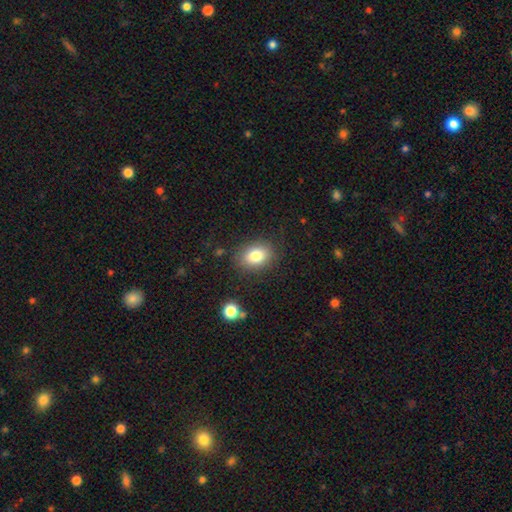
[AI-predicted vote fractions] smooth-or-featured: smooth: 80% | star or artifact: 10% | featured or disk: 10%
  how-rounded: in between: 67% | round: 32% | cigar-shaped: 1%
  merging: none: 84% | minor disturbance: 11% | major disturbance: 4% | merger: 2%